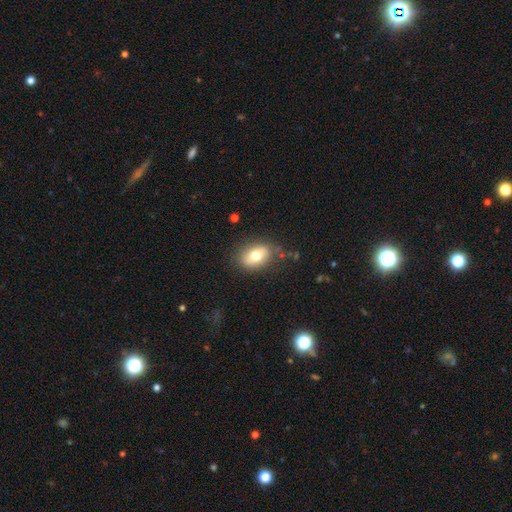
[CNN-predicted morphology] Q: Smooth or featured?
A: smooth (72%); runner-up: featured or disk (20%)
Q: How rounded?
A: in between (81%); runner-up: round (17%)
Q: Merging?
A: none (79%); runner-up: minor disturbance (15%)